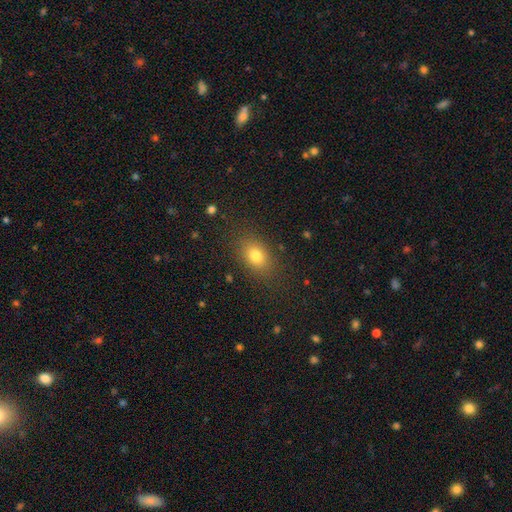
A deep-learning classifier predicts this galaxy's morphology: Smooth or featured? Predicted: smooth (p=0.79). How rounded? Predicted: in between (p=0.75). Merging? Predicted: none (p=0.84).